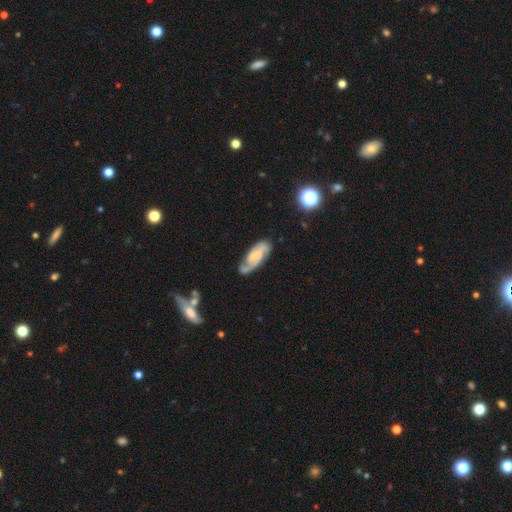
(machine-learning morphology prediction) Overall: featured or disk (76%). Edge-on disk: no (93%). Bar: no (49%; weak 40%). Spiral arms: yes (95%). Spiral arm count: 2 (77%). Spiral winding: medium (46%; tight 41%). Bulge size: small (42%; none 28%). Merging: none (71%).